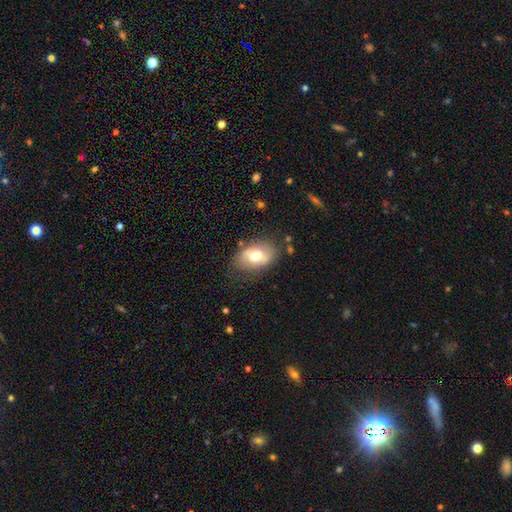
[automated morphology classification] type=smooth (57%); roundness=in between (86%); merging=none (73%).